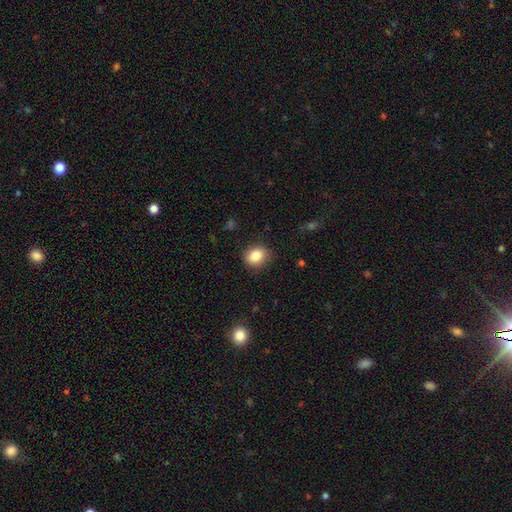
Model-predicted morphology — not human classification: smooth-or-featured: smooth: 84% | star or artifact: 10% | featured or disk: 6%
  how-rounded: round: 61% | in between: 38% | cigar-shaped: 1%
  merging: none: 87% | minor disturbance: 10% | major disturbance: 2% | merger: 1%